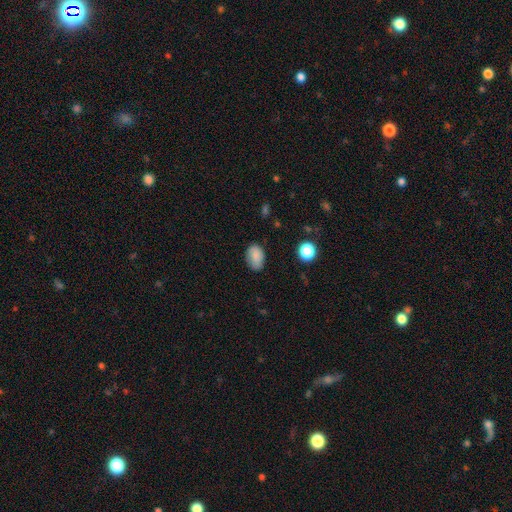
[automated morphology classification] A smooth galaxy with no disk features (82%) that is in between round and cigar-shaped (84%). Merging: none (74%).